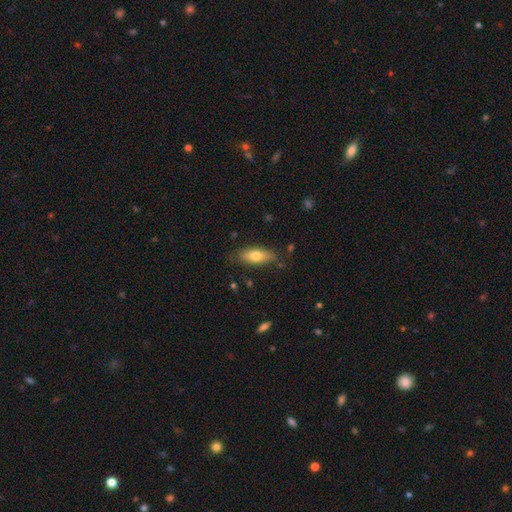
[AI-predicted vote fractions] A smooth galaxy with no disk features (72%) that is in between round and cigar-shaped (70%). Merging: none (79%).